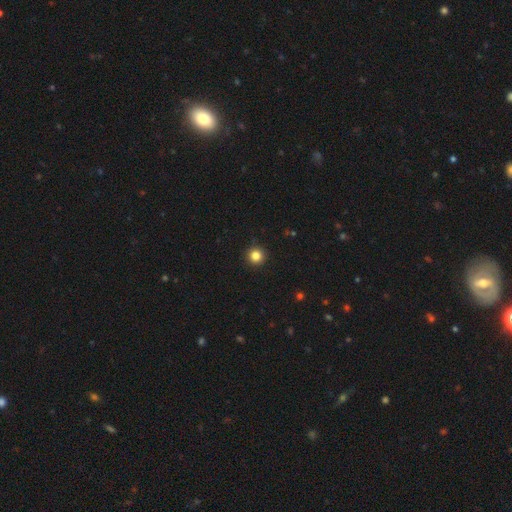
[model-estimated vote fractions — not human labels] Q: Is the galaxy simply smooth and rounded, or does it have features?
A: smooth — 84%.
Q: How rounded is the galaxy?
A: round — 96%.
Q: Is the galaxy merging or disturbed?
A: none — 93%.